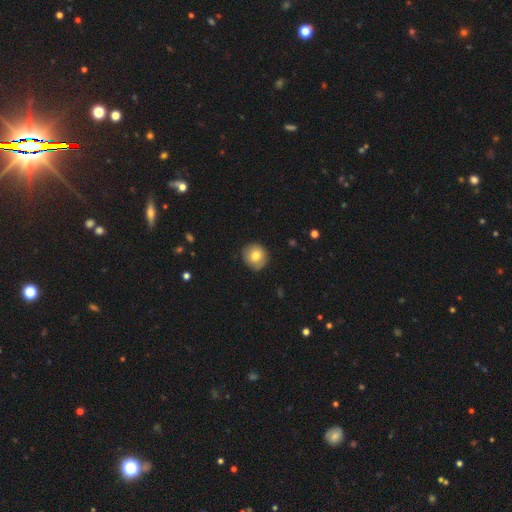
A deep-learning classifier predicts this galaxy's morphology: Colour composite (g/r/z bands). It shows a smooth galaxy with no disk features (76%) that is round (93%). Merging: none (86%).